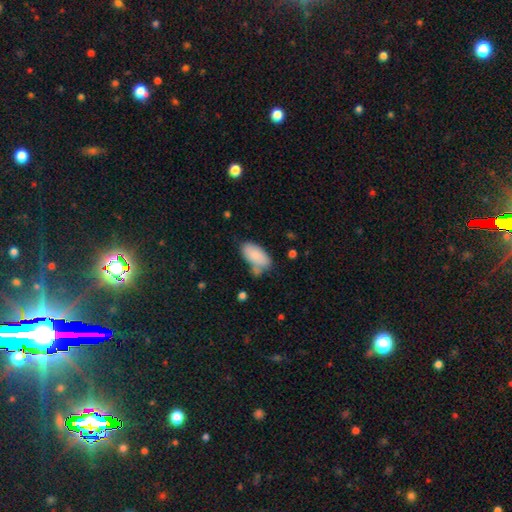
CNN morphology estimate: This appears to be a smooth galaxy with no disk features (86%) that is in between round and cigar-shaped (94%). Merging: none (56%).